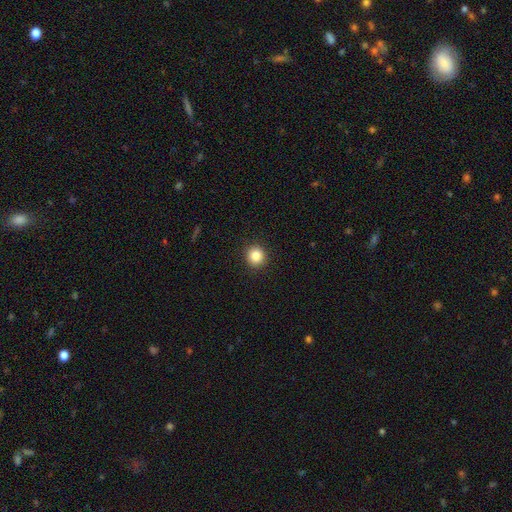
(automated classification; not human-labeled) smooth 86%, star or artifact 10%, featured or disk 4%. Down the decision tree: how rounded — round (93%); merging — none (92%).